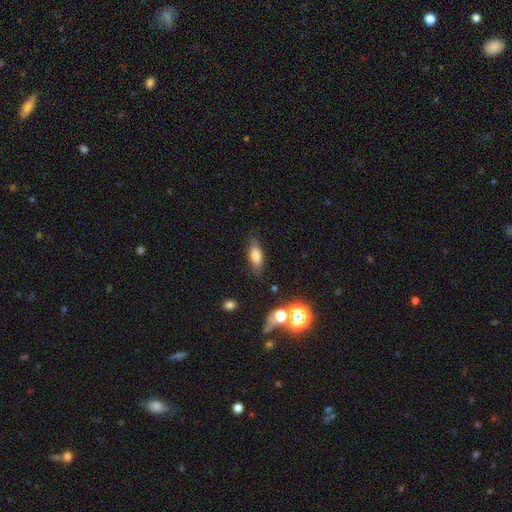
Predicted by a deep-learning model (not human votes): Morphology: type=smooth (74%); roundness=in between (71%); merging=none (79%).